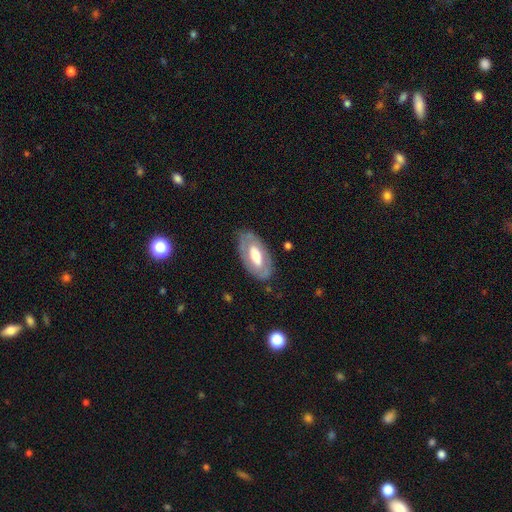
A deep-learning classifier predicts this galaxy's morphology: Smooth or featured? Predicted: featured or disk (p=0.55). Edge-on disk? Predicted: no (p=0.88). Merging? Predicted: none (p=0.79).